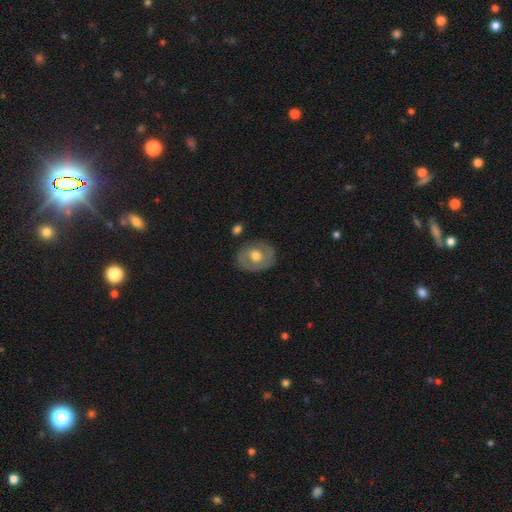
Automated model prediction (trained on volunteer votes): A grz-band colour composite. It shows a featured or disk galaxy (49%). Merging: none (80%).